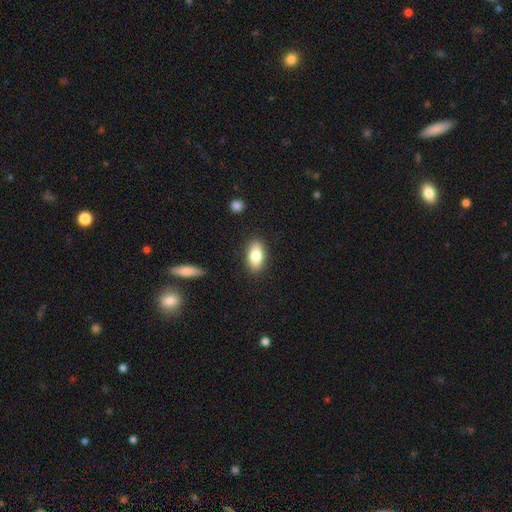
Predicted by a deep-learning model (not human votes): This appears to be a smooth galaxy with no disk features (79%) that is in between round and cigar-shaped (88%). Merging: none (87%).